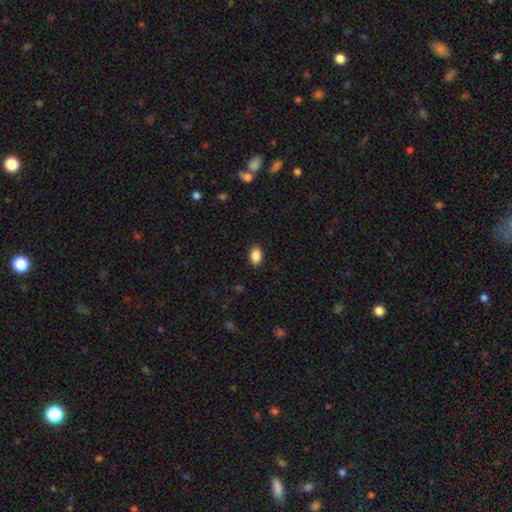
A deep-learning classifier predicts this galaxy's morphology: Smooth or featured: smooth — 88% (star or artifact — 8%)
How rounded: in between — 86% (round — 12%)
Merging: none — 88% (minor disturbance — 9%)